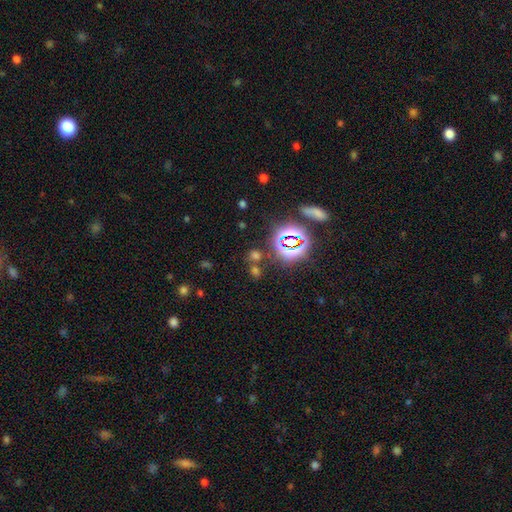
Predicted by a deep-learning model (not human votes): A star or artifact, not a galaxy (50%).

Vote fractions:
- Smooth or featured? star or artifact: 50% / smooth: 43% / featured or disk: 7%